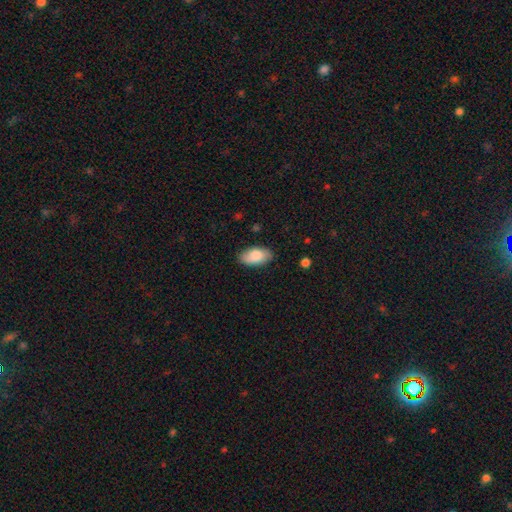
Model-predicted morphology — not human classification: Overall: smooth (82%). How rounded: in between (94%). Merging: none (83%).